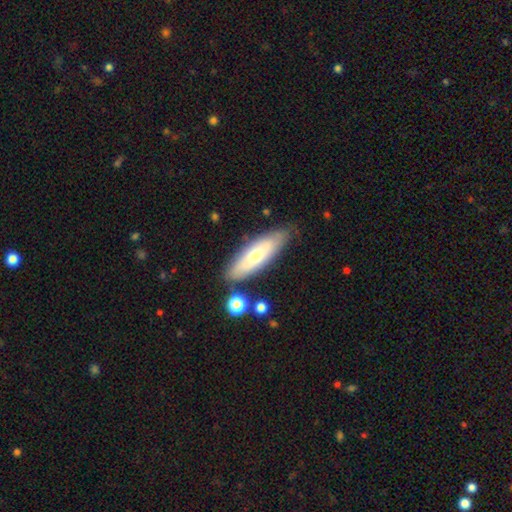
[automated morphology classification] smooth-or-featured: smooth: 56% | featured or disk: 37% | star or artifact: 7%
  how-rounded: cigar-shaped: 50% | in between: 48% | round: 2%
  merging: none: 80% | minor disturbance: 13% | merger: 4% | major disturbance: 3%